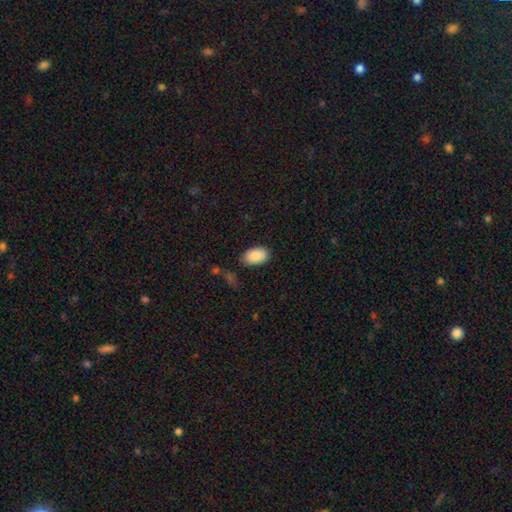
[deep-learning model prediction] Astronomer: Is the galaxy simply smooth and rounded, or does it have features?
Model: smooth — 89%.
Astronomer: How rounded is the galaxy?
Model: in between — 93%.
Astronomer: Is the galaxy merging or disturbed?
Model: none — 82%.